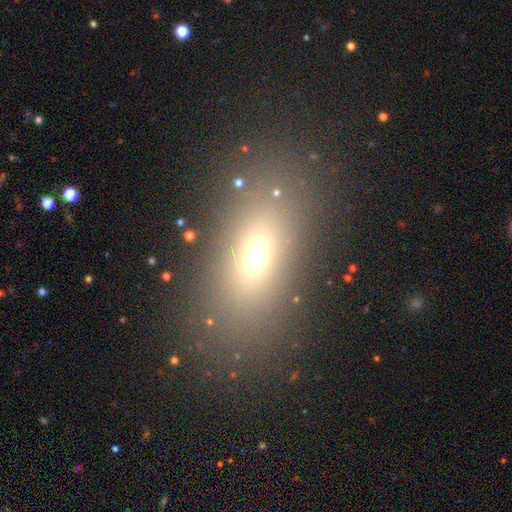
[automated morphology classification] Smooth or featured? Predicted: smooth (p=0.64). How rounded? Predicted: in between (p=0.75). Merging? Predicted: none (p=0.83).